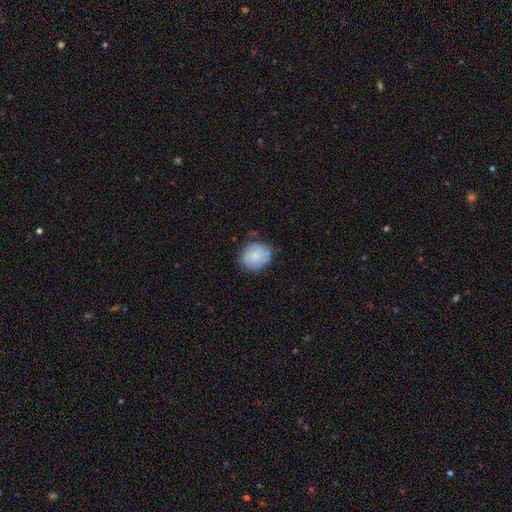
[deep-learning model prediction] smooth-or-featured: smooth: 77% | featured or disk: 16% | star or artifact: 7%
  how-rounded: round: 67% | in between: 32% | cigar-shaped: 1%
  merging: none: 66% | minor disturbance: 26% | major disturbance: 6% | merger: 3%